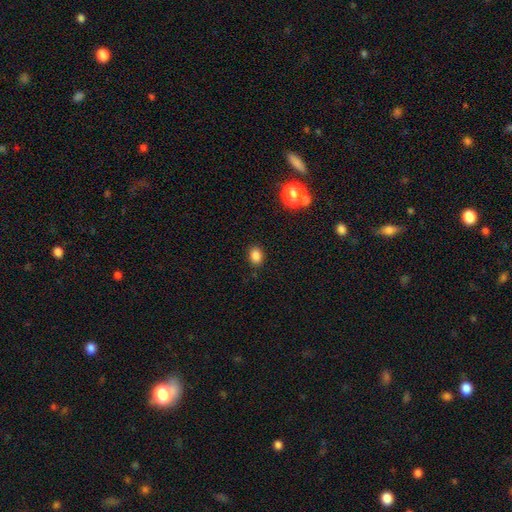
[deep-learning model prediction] Smooth or featured? smooth (84%)
How rounded? in between (63%)
Merging? none (88%)